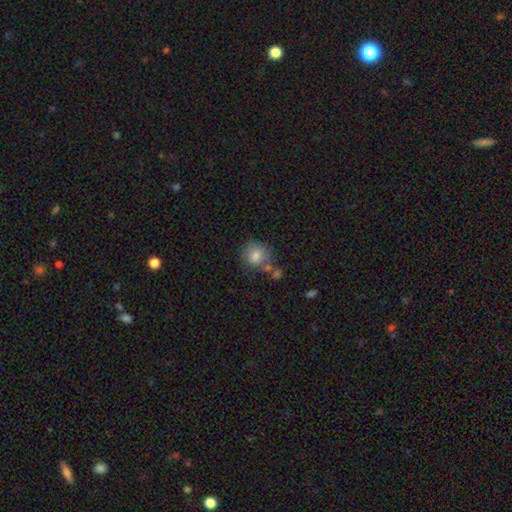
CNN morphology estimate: smooth-or-featured: smooth: 80% | featured or disk: 11% | star or artifact: 10%
  how-rounded: round: 84% | in between: 15% | cigar-shaped: 1%
  merging: none: 66% | merger: 15% | minor disturbance: 15% | major disturbance: 5%